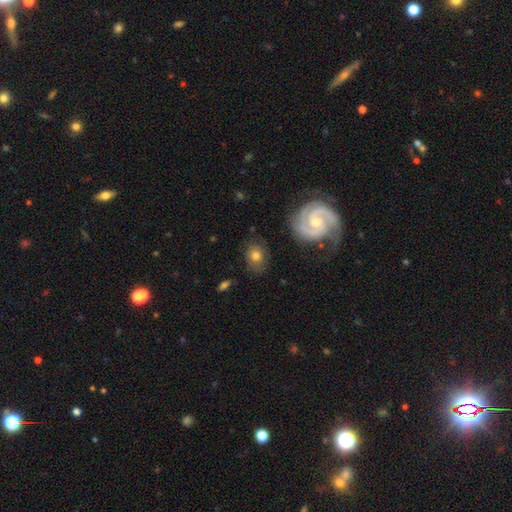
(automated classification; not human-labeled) Q: Smooth or featured?
A: smooth (62%); runner-up: featured or disk (29%)
Q: How rounded?
A: in between (50%); runner-up: round (49%)
Q: Merging?
A: none (79%); runner-up: minor disturbance (14%)